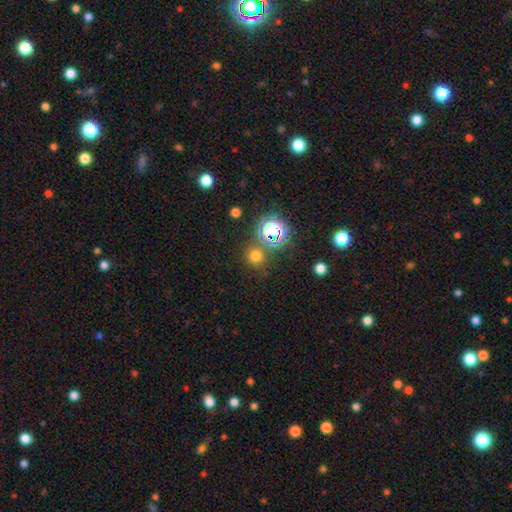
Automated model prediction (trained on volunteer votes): This appears to be a smooth galaxy with no disk features (67%) that is round (91%). Merging: none (79%).